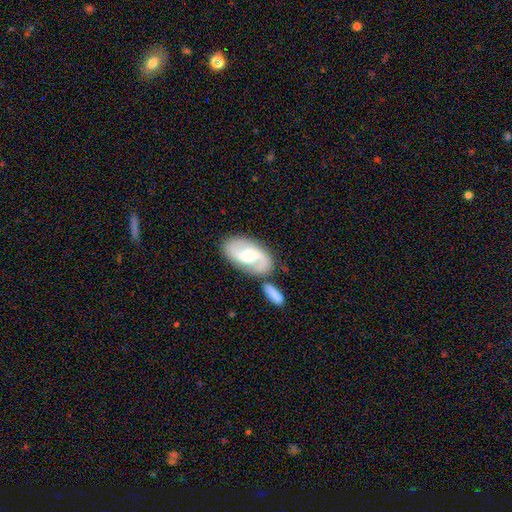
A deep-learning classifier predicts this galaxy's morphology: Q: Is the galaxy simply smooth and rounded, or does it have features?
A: featured or disk — 65%.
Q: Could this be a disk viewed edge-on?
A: no — 94%.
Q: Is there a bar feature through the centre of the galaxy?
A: weak — 43%.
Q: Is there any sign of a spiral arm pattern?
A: yes — 77%.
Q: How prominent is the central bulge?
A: moderate — 69%.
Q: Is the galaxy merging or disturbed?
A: none — 56%.